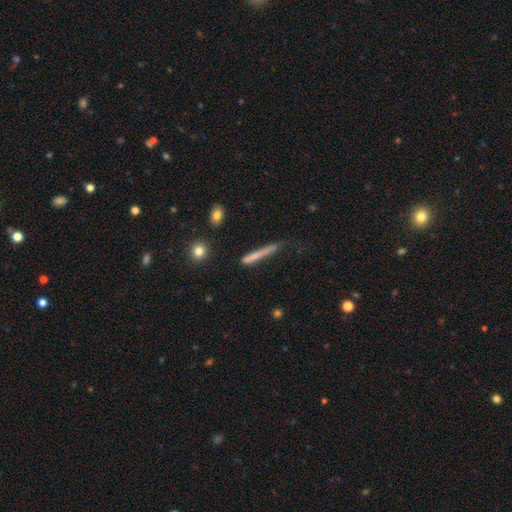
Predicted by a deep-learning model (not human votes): A smooth galaxy with no disk features (61%) that is cigar-shaped (93%). Merging: none (55%).